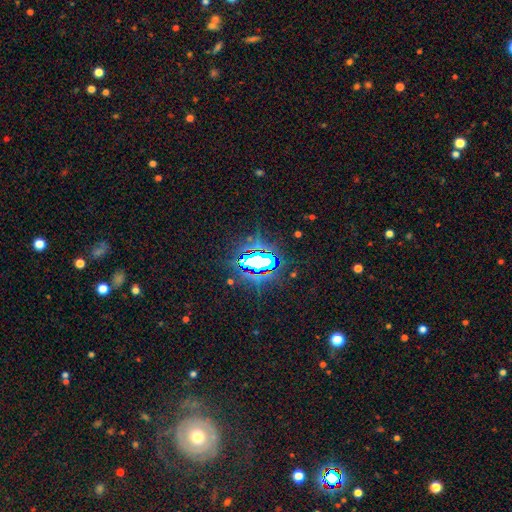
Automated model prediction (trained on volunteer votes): Morphology: type=star or artifact (78%).